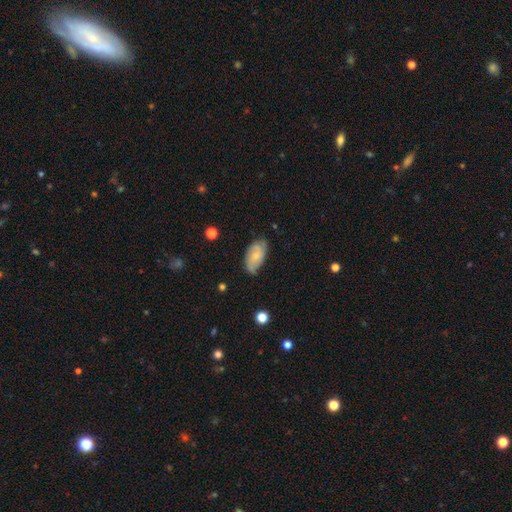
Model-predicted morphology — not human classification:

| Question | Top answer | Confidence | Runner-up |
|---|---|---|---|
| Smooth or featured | featured or disk | 47% | smooth (46%) |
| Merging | none | 66% | minor disturbance (27%) |